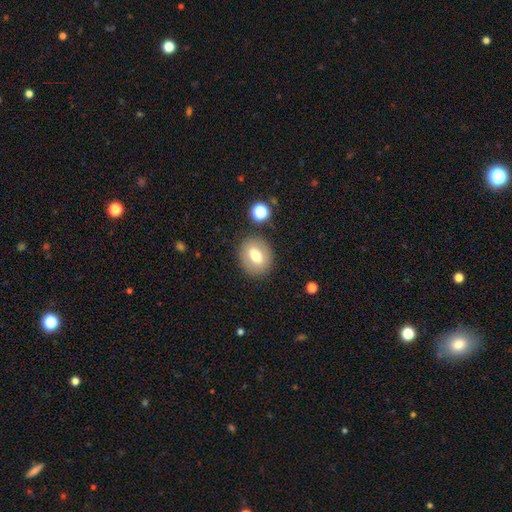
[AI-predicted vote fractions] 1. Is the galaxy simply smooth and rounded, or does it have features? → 67% smooth, 24% featured or disk, 9% star or artifact.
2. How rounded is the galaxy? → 55% round, 44% in between, 1% cigar-shaped.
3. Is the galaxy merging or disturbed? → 83% none, 10% minor disturbance, 4% merger, 4% major disturbance.